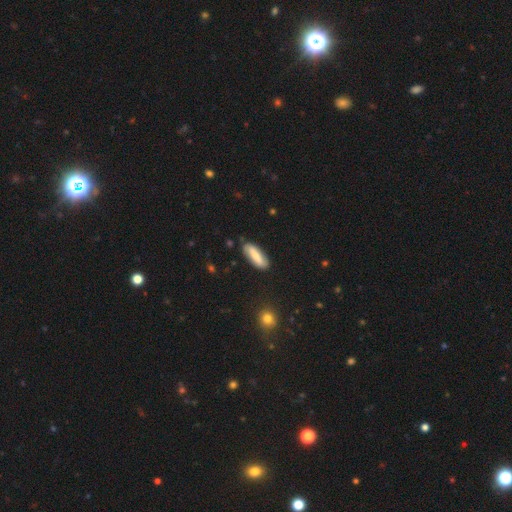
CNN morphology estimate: A smooth galaxy with no disk features (70%) that is in between round and cigar-shaped (56%).

Vote fractions:
- Smooth or featured? smooth: 70% / featured or disk: 24% / star or artifact: 6%
- How rounded? in between: 56% / cigar-shaped: 42% / round: 2%
- Merging? none: 82% / minor disturbance: 14% / major disturbance: 3% / merger: 2%